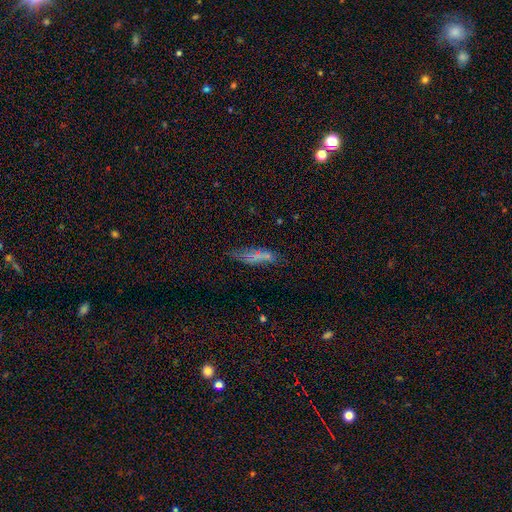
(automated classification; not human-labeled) smooth-or-featured: smooth: 47% | featured or disk: 30% | star or artifact: 23%
  merging: none: 61% | minor disturbance: 21% | major disturbance: 10% | merger: 8%